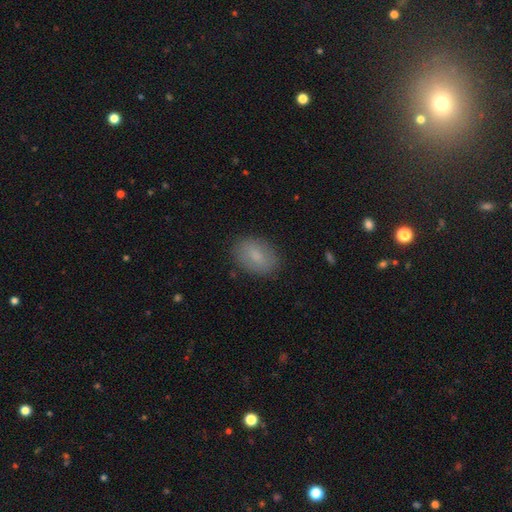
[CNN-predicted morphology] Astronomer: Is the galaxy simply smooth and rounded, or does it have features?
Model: smooth — 78%.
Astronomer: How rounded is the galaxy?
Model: in between — 85%.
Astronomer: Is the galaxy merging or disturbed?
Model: none — 85%.